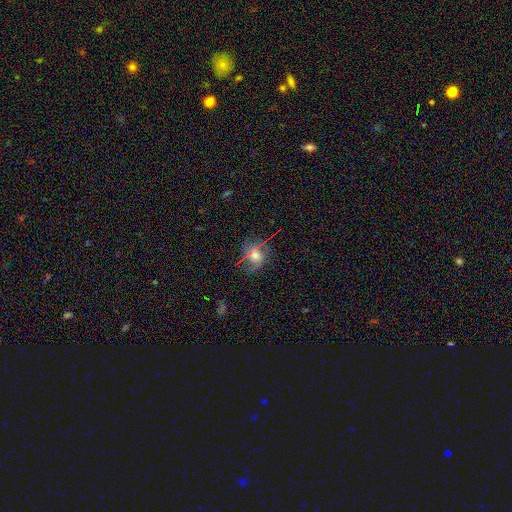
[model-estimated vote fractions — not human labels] Morphology: type=smooth (43%); merging=none (64%).